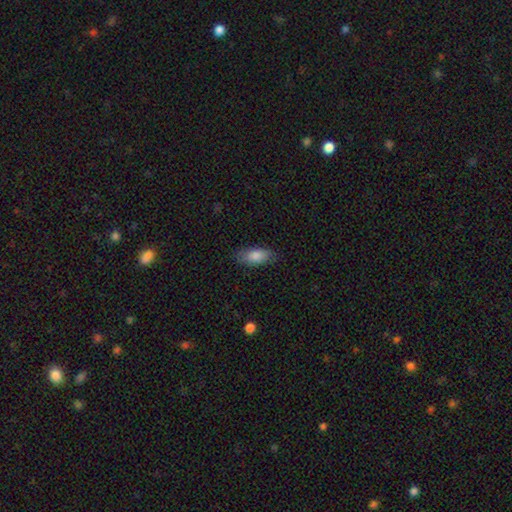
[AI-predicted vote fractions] Smooth or featured? Predicted: smooth (p=0.84). How rounded? Predicted: in between (p=0.86). Merging? Predicted: none (p=0.82).